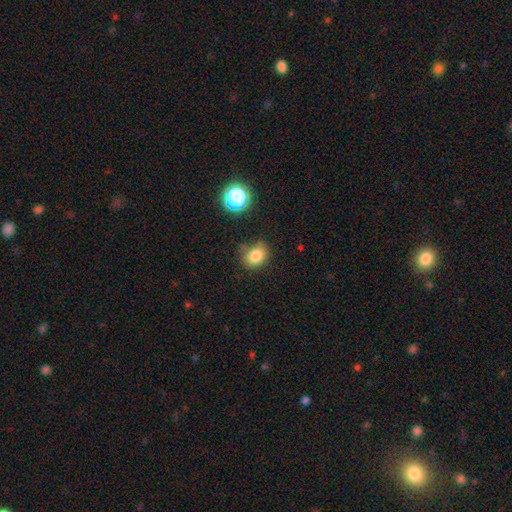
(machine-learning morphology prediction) This is clearly a smooth galaxy (81%). How rounded: possibly round (59%). Merging: likely none (69%).